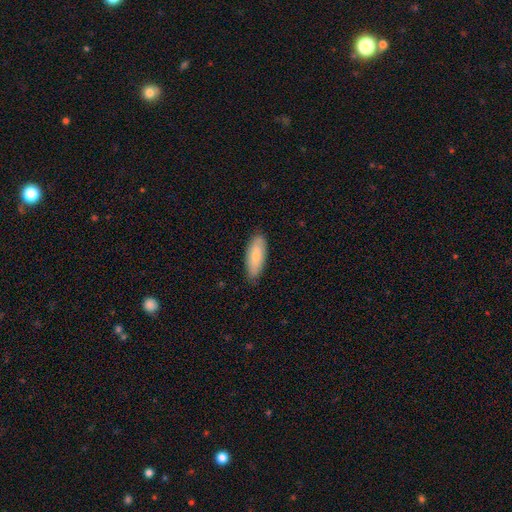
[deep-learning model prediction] The model was most divided on "how rounded": in between: 75%, cigar-shaped: 23%, round: 2%. More confident: merging — none (82%); smooth or featured — smooth (78%).